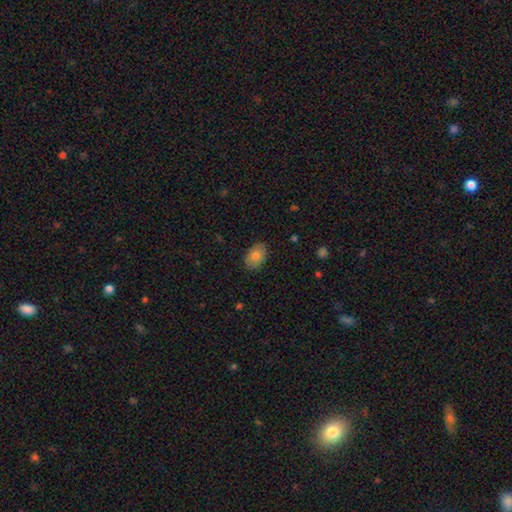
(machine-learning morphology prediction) This appears to be a smooth galaxy with no disk features (81%) that is in between round and cigar-shaped (79%). Merging: none (84%).